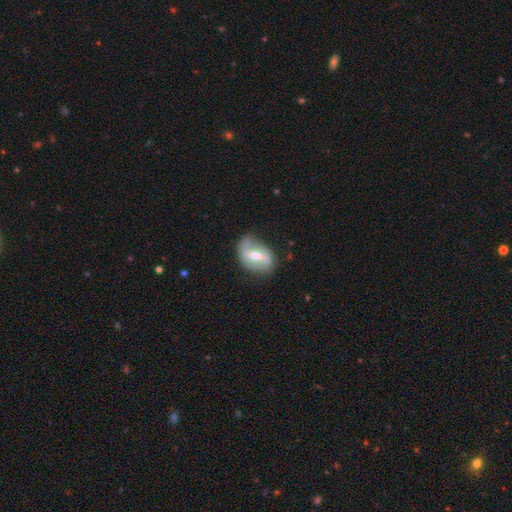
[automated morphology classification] This appears to be a featured or disk galaxy (71%) with a strong bar (54%), spiral arms (68%) and a moderate central bulge (60%). Merging: none (67%).